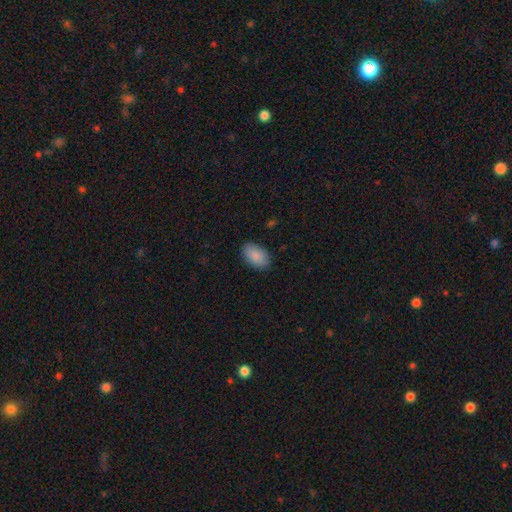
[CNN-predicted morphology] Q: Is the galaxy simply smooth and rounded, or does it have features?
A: smooth — 89%.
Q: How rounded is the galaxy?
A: in between — 93%.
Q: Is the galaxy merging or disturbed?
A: none — 87%.